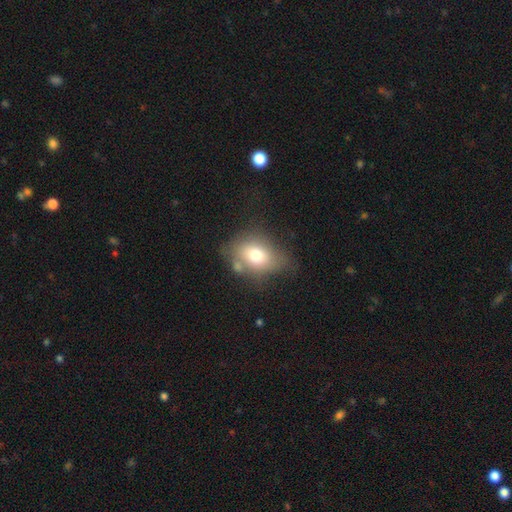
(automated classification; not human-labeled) The model was most divided on "merging": none: 48%, minor disturbance: 28%, major disturbance: 13%, merger: 11%. More confident: smooth or featured — smooth (70%); how rounded — in between (66%).